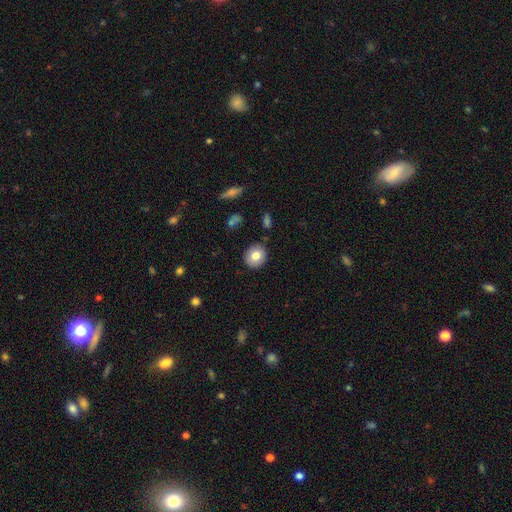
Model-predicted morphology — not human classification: Smooth or featured? smooth (78%)
How rounded? round (80%)
Merging? none (87%)